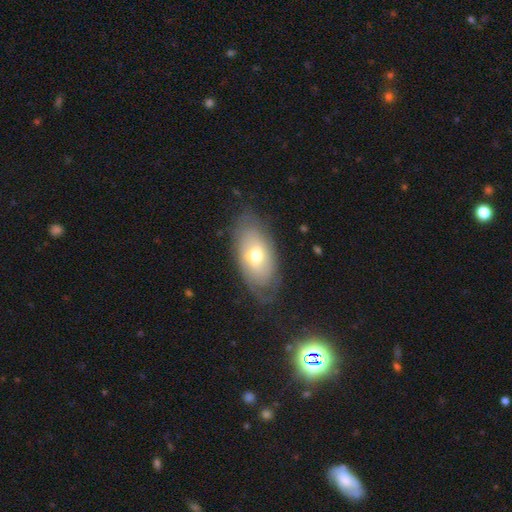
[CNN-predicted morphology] Q: Smooth or featured?
A: smooth (47%); runner-up: featured or disk (46%)
Q: Merging?
A: none (70%); runner-up: minor disturbance (20%)